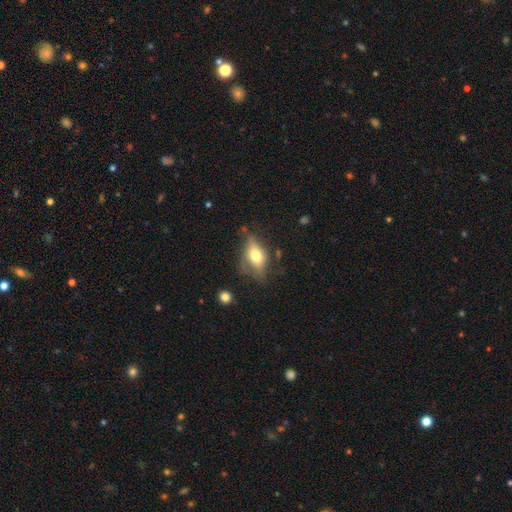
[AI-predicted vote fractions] smooth-or-featured: smooth: 59% | featured or disk: 32% | star or artifact: 9%
  how-rounded: in between: 80% | round: 11% | cigar-shaped: 9%
  merging: none: 50% | minor disturbance: 29% | major disturbance: 17% | merger: 4%